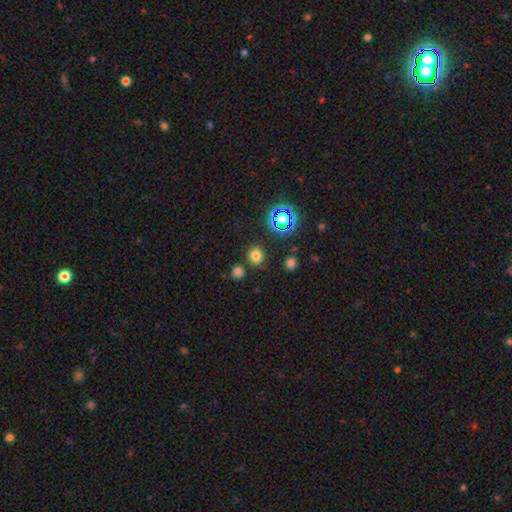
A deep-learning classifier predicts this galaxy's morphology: type=smooth (73%); roundness=round (87%); merging=none (83%).